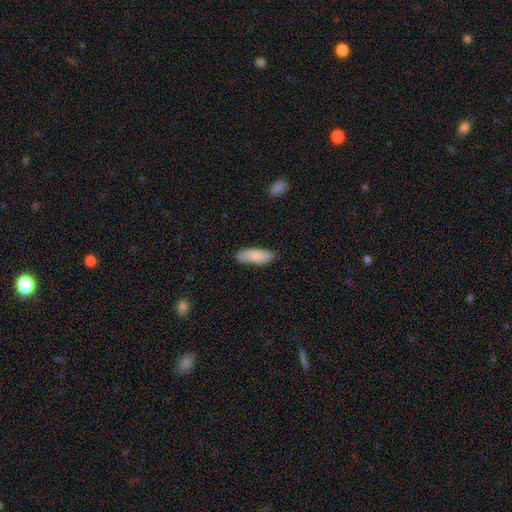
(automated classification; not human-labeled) Overall: smooth (85%). How rounded: in between (70%). Merging: none (83%).